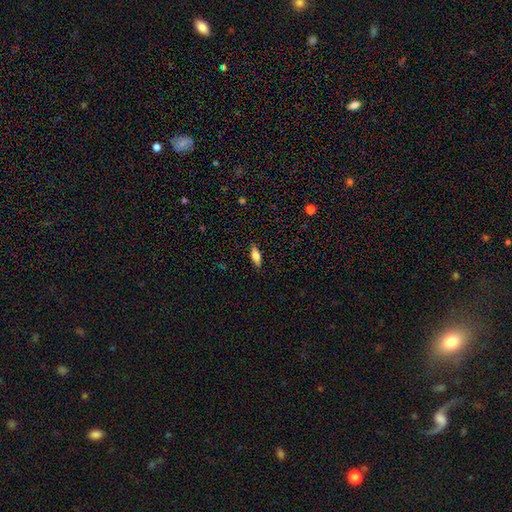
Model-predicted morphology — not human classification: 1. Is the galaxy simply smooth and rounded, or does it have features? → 66% smooth, 26% featured or disk, 8% star or artifact.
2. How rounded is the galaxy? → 70% in between, 27% cigar-shaped, 3% round.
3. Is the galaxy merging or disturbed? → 86% none, 10% minor disturbance, 2% major disturbance, 1% merger.